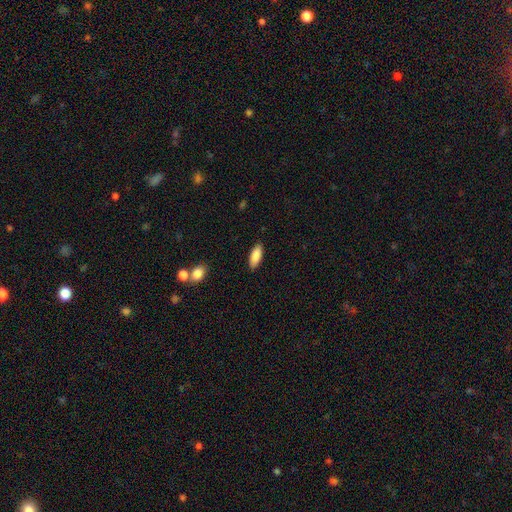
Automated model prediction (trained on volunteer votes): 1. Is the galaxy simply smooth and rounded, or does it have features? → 88% smooth, 6% star or artifact, 6% featured or disk.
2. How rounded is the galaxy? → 75% in between, 23% cigar-shaped, 2% round.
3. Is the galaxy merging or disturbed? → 86% none, 10% minor disturbance, 2% major disturbance, 1% merger.